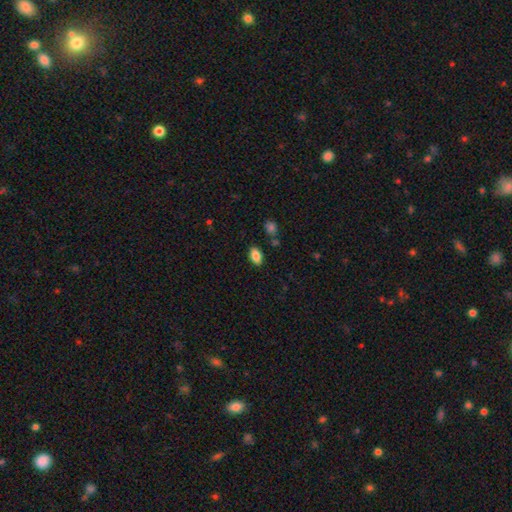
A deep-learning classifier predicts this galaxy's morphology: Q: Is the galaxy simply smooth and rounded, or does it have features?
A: smooth — 85%.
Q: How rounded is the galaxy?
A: in between — 91%.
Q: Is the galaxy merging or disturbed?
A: none — 85%.